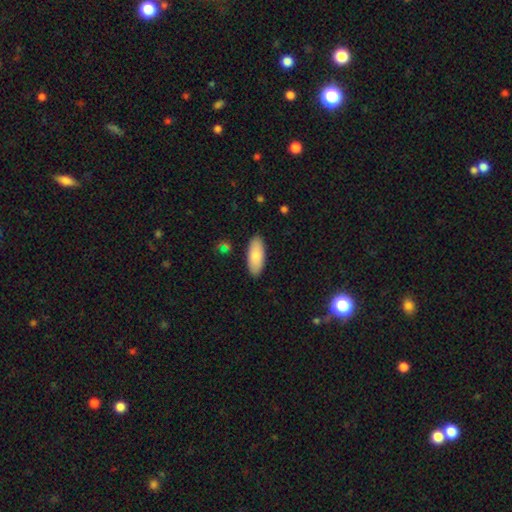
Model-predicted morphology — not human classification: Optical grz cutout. It shows a smooth galaxy with no disk features (81%) that is in between round and cigar-shaped (84%). Merging: none (88%).